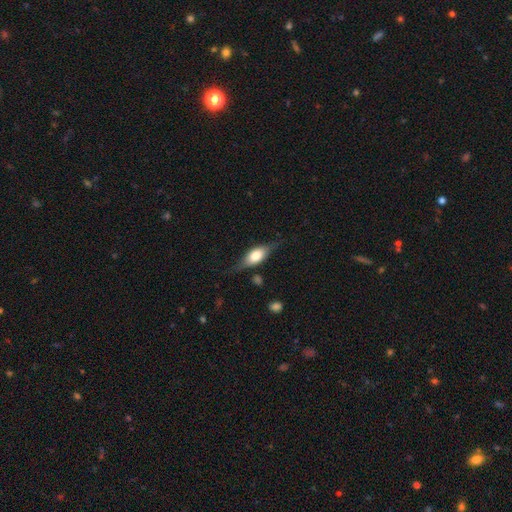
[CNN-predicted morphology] A smooth galaxy with no disk features (50%) that is in between round and cigar-shaped (70%).

Vote fractions:
- Smooth or featured? smooth: 50% / featured or disk: 43% / star or artifact: 7%
- How rounded? in between: 70% / cigar-shaped: 24% / round: 5%
- Merging? none: 69% / minor disturbance: 21% / major disturbance: 8% / merger: 2%